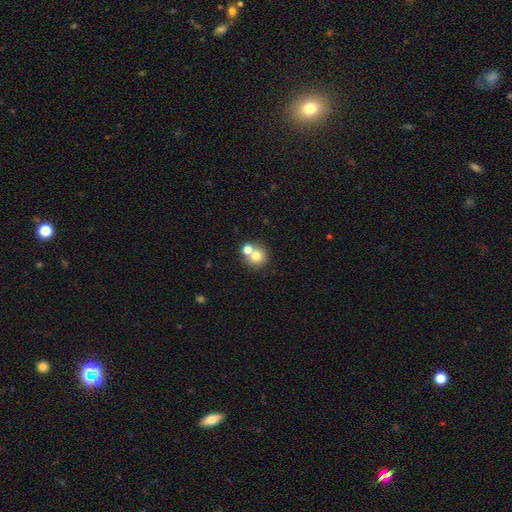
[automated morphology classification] A smooth galaxy with no disk features (72%) that is round (88%).

Vote fractions:
- Smooth or featured? smooth: 72% / featured or disk: 16% / star or artifact: 12%
- How rounded? round: 88% / in between: 11% / cigar-shaped: 1%
- Merging? none: 50% / merger: 41% / minor disturbance: 6% / major disturbance: 3%